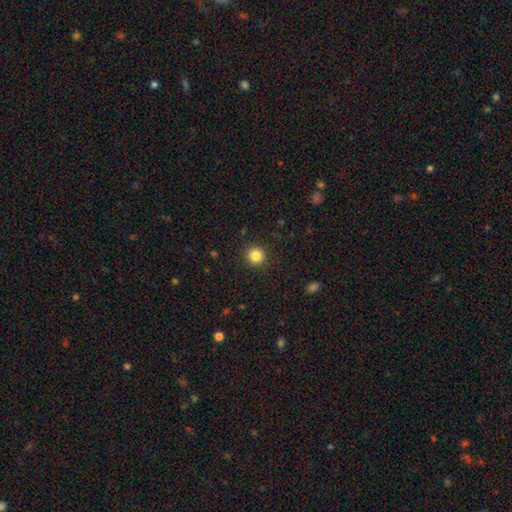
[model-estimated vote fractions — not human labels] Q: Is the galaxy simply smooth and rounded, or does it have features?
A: smooth — 84%.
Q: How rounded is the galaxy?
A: round — 93%.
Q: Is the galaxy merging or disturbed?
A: none — 91%.